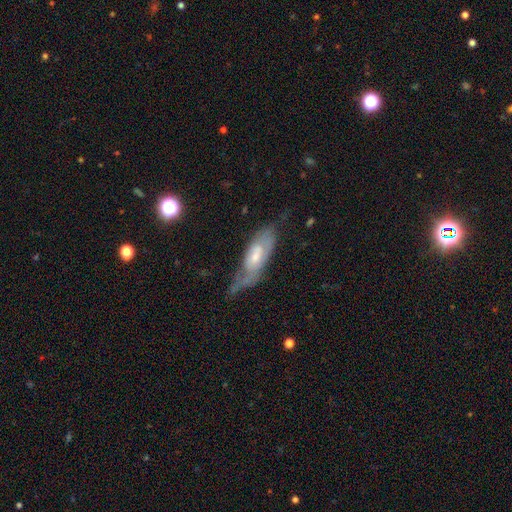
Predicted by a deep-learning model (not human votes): Overall: featured or disk (63%; smooth 29%). Edge-on disk: no (76%). Merging: none (44%; minor disturbance 31%).